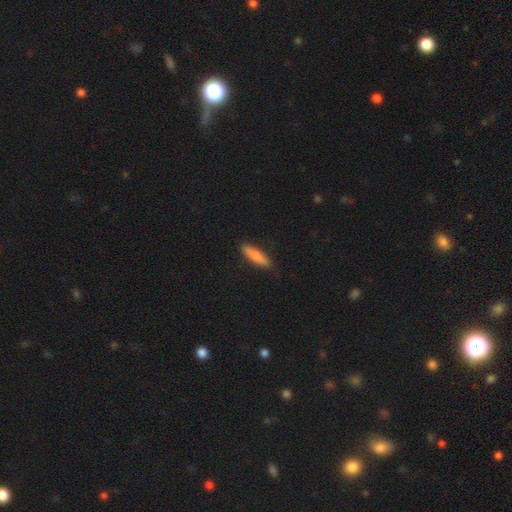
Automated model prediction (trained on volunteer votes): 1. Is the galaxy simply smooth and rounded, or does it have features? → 78% smooth, 17% featured or disk, 6% star or artifact.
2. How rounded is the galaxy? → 75% cigar-shaped, 23% in between, 2% round.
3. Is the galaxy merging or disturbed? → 87% none, 10% minor disturbance, 2% major disturbance, 1% merger.